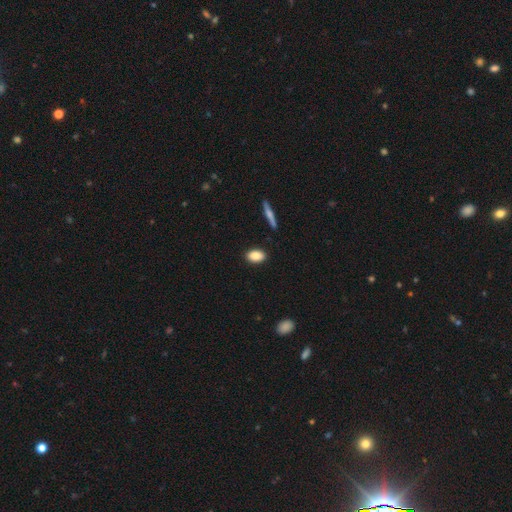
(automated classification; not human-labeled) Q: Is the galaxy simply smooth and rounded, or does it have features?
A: smooth — 88%.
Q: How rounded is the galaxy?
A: in between — 89%.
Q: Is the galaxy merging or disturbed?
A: none — 88%.